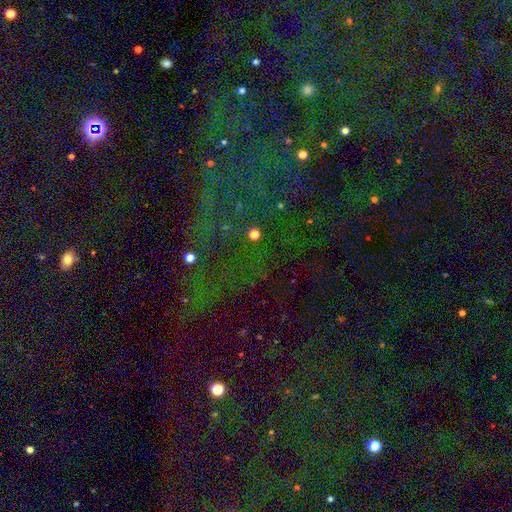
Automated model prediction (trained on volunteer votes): Morphology: type=star or artifact (78%).